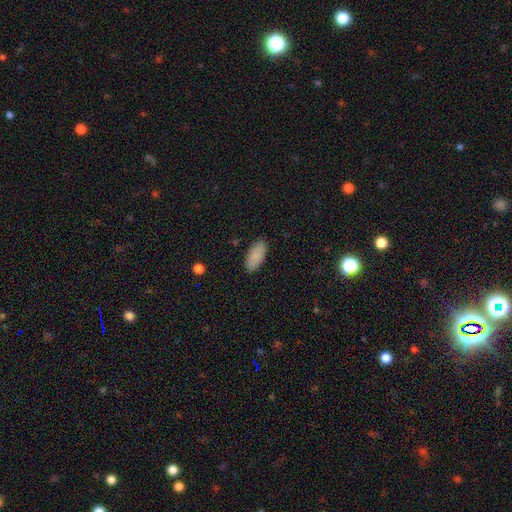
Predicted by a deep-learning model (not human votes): The model was most divided on "merging": none: 88%, minor disturbance: 9%, major disturbance: 2%, merger: 1%. More confident: how rounded — in between (89%); smooth or featured — smooth (88%).